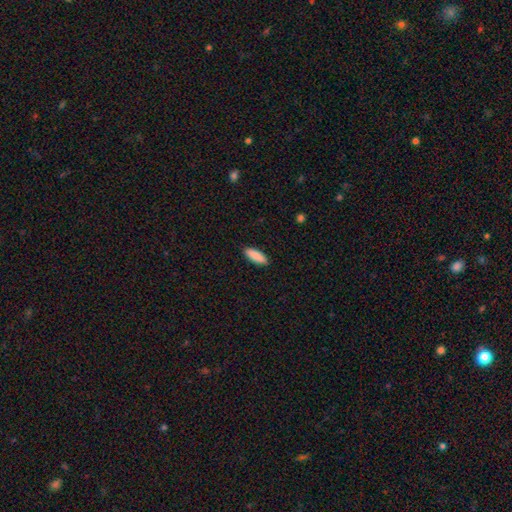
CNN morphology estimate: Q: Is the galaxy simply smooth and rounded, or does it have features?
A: smooth — 90%.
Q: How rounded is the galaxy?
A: in between — 62%.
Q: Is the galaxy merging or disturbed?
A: none — 90%.